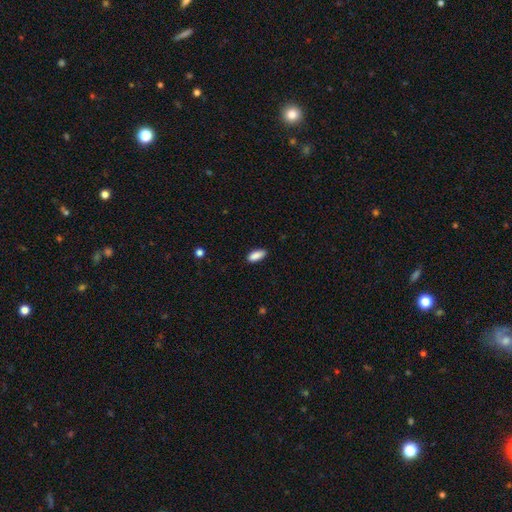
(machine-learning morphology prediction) smooth 89%, star or artifact 7%, featured or disk 4%. Down the decision tree: how rounded — in between (80%); merging — none (82%).